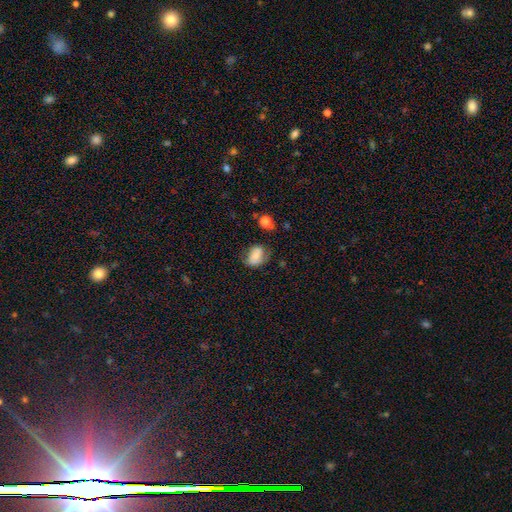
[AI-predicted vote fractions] Morphology: type=smooth (65%); roundness=in between (74%); merging=none (49%).